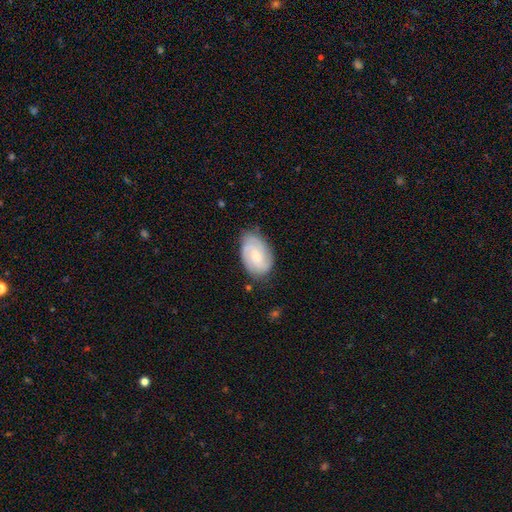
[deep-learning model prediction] Smooth or featured: featured or disk — 66% (smooth — 28%)
Edge-on disk: no — 97% (yes — 3%)
Bar: no — 56% (weak — 38%)
Spiral arms: yes — 94% (no — 6%)
Spiral winding: tight — 50% (medium — 39%)
Spiral arm count: 2 — 35% (3 — 30%)
Bulge size: small — 56% (moderate — 35%)
Merging: none — 74% (minor disturbance — 20%)